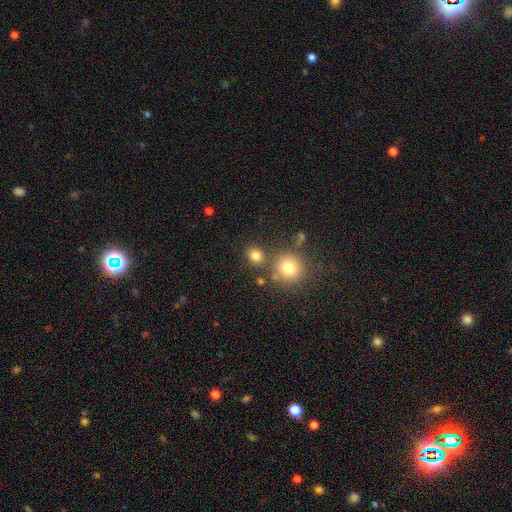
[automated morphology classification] Overall: smooth (79%). How rounded: round (75%). Merging: none (75%).